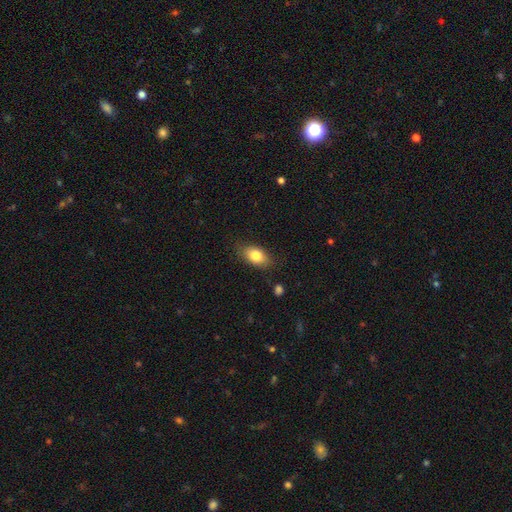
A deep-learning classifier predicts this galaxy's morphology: A smooth galaxy with no disk features (82%) that is in between round and cigar-shaped (87%). Merging: none (81%).